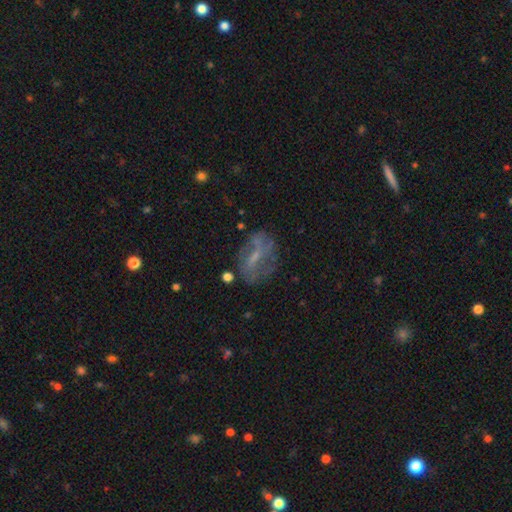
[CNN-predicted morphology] Smooth or featured? featured or disk (56%)
Edge-on disk? no (94%)
Bar? weak (44%)
Spiral arms? yes (51%)
Bulge size? small (47%)
Merging? none (59%)